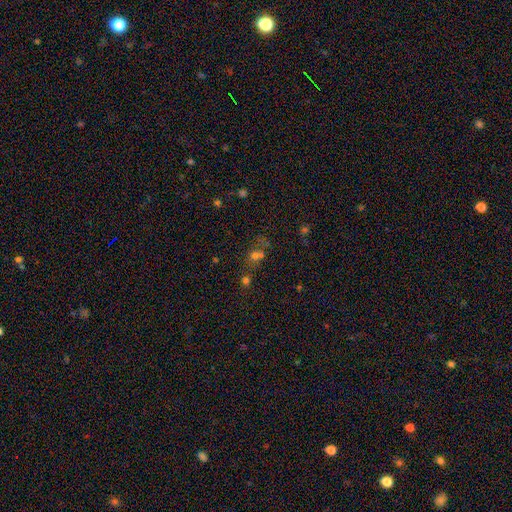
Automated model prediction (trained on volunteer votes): Smooth or featured?
  - smooth: 53% *
  - star or artifact: 33%
  - featured or disk: 14%
How rounded?
  - round: 57% *
  - in between: 40%
  - cigar-shaped: 2%
Merging?
  - none: 42% *
  - merger: 38%
  - minor disturbance: 12%
  - major disturbance: 9%